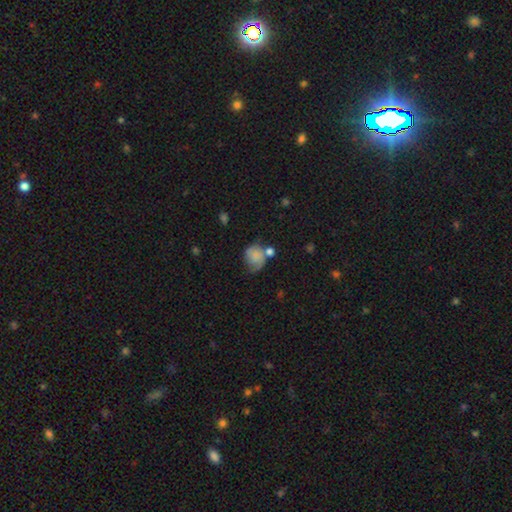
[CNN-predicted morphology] Overall: smooth (65%; featured or disk 25%). How rounded: round (60%; in between 39%). Merging: none (36%; minor disturbance 29%).